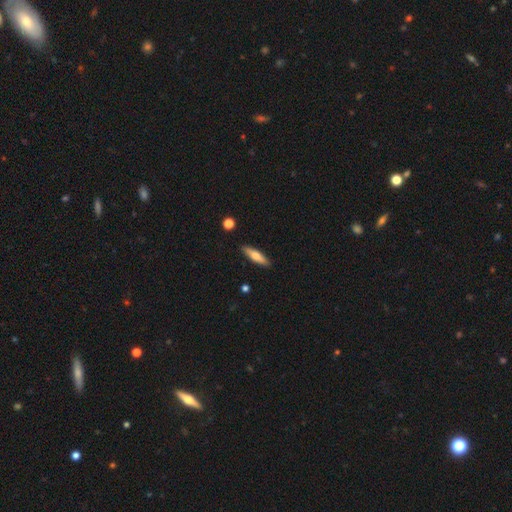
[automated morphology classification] type=smooth (60%); roundness=cigar-shaped (72%); merging=none (89%).